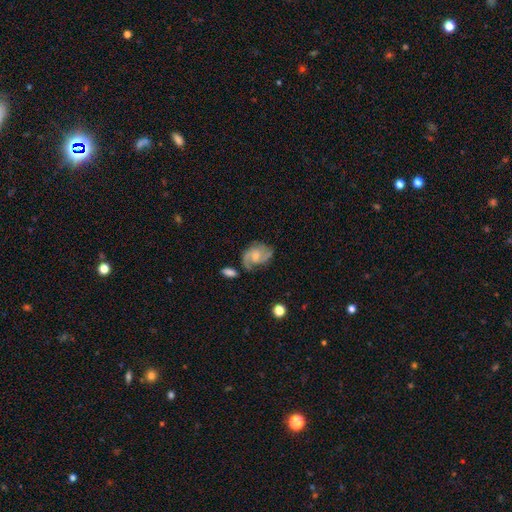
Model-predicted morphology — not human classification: Q: Smooth or featured?
A: featured or disk (80%); runner-up: smooth (14%)
Q: Edge-on disk?
A: no (97%); runner-up: yes (3%)
Q: Bar?
A: no (60%); runner-up: weak (34%)
Q: Spiral arms?
A: yes (95%); runner-up: no (5%)
Q: Spiral winding?
A: medium (51%); runner-up: tight (26%)
Q: Spiral arm count?
A: 2 (73%); runner-up: 3 (11%)
Q: Bulge size?
A: small (51%); runner-up: moderate (36%)
Q: Merging?
A: none (63%); runner-up: minor disturbance (22%)